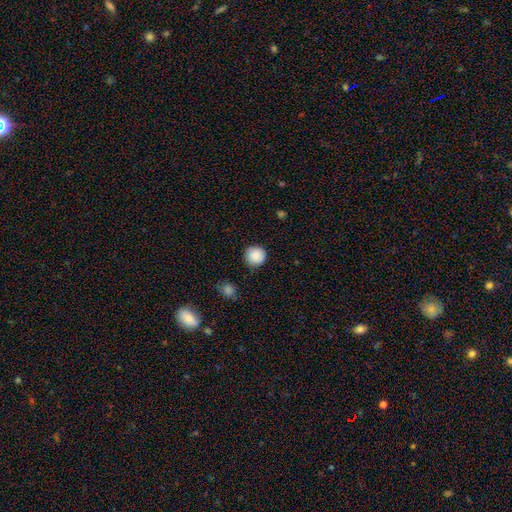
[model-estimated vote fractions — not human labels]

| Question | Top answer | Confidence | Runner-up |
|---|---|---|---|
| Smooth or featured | smooth | 88% | star or artifact (9%) |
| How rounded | round | 95% | in between (4%) |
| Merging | none | 87% | minor disturbance (9%) |